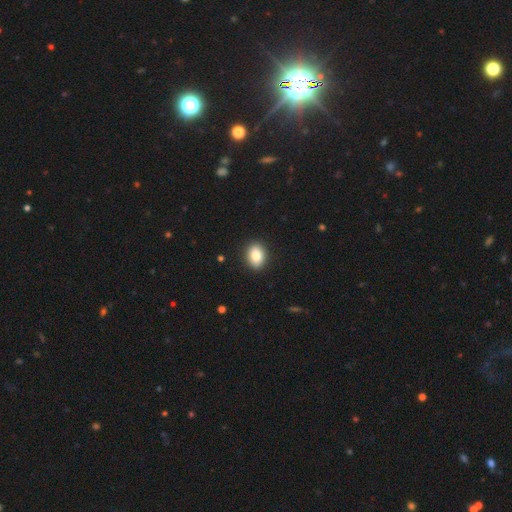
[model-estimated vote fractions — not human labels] Q: Smooth or featured?
A: smooth (82%); runner-up: featured or disk (9%)
Q: How rounded?
A: in between (69%); runner-up: round (29%)
Q: Merging?
A: none (90%); runner-up: minor disturbance (7%)